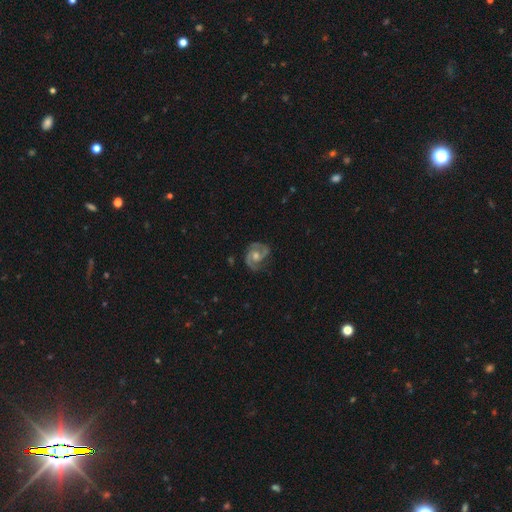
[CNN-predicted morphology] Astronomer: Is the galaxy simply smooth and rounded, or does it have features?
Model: featured or disk — 87%.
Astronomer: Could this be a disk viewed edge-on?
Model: no — 98%.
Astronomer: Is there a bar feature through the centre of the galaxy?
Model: no — 63%.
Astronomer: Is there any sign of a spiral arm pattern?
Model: yes — 96%.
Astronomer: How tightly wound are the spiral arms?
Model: medium — 49% (runner-up: tight, 40%).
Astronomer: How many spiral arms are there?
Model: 2 — 86%.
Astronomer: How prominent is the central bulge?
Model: moderate — 68%.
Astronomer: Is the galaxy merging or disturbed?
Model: none — 76%.